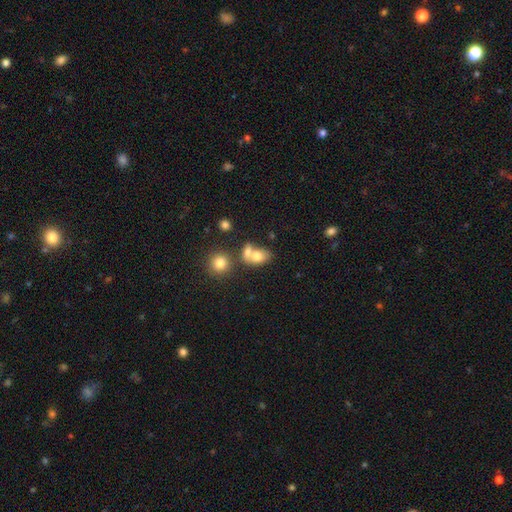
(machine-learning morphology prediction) type=smooth (74%); roundness=in between (70%); merging=merger (54%).